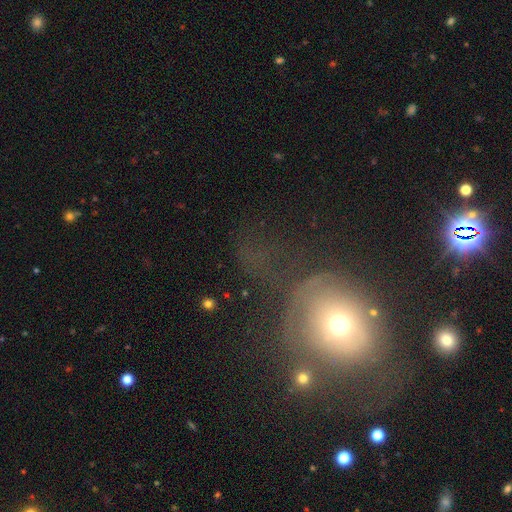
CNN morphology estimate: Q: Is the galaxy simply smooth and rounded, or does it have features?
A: smooth — 45%.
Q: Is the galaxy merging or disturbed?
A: major disturbance — 38%.